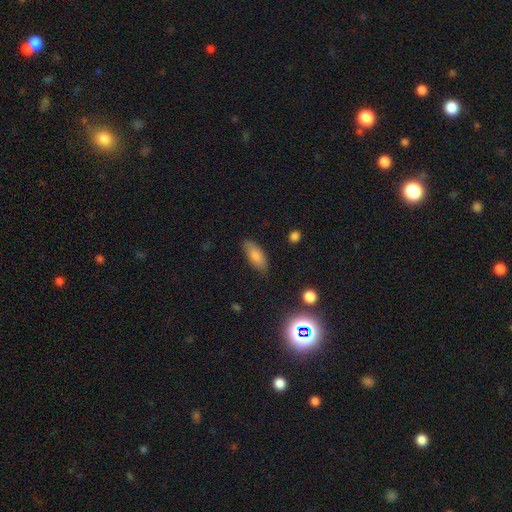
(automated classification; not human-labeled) smooth-or-featured: smooth: 81% | featured or disk: 12% | star or artifact: 8%
  how-rounded: in between: 79% | cigar-shaped: 18% | round: 2%
  merging: none: 83% | minor disturbance: 13% | major disturbance: 3% | merger: 1%